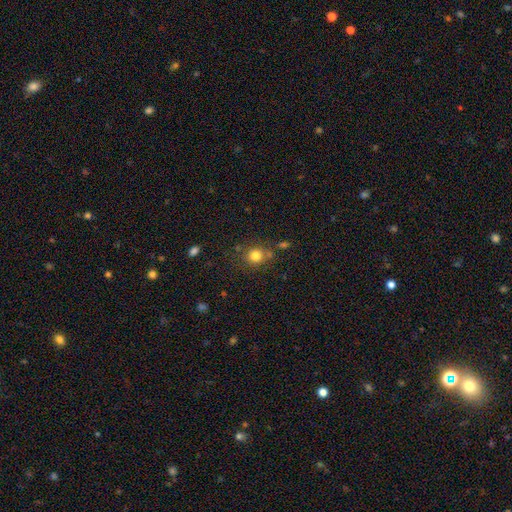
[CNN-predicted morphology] This appears to be a smooth galaxy with no disk features (80%) that is round (78%). Merging: none (71%).